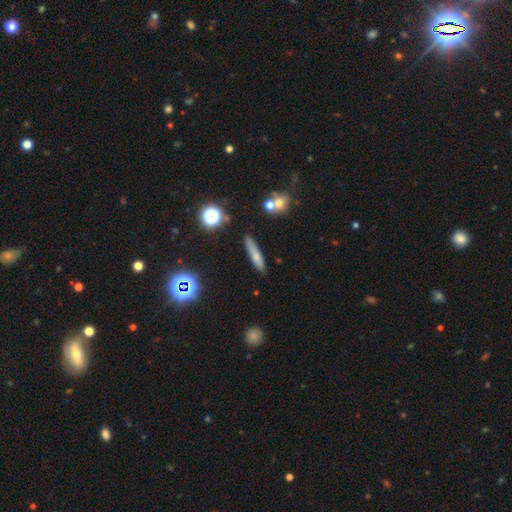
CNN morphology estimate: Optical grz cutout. It shows a smooth galaxy with no disk features (64%) that is cigar-shaped (83%). Merging: none (82%).